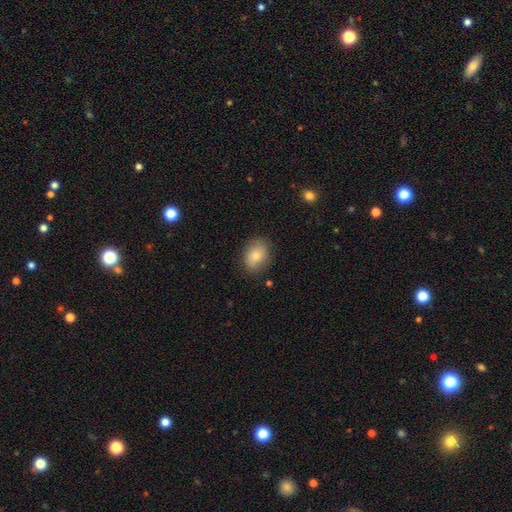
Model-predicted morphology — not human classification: Smooth or featured? Predicted: smooth (p=0.77). How rounded? Predicted: in between (p=0.75). Merging? Predicted: none (p=0.83).